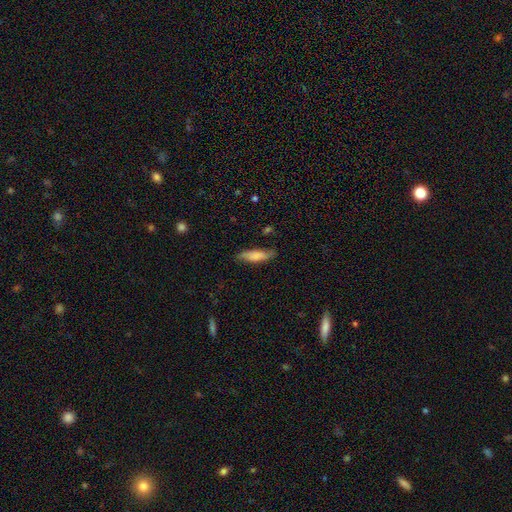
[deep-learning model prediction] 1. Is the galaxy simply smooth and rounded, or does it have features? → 72% smooth, 21% featured or disk, 6% star or artifact.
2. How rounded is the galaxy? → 58% cigar-shaped, 40% in between, 2% round.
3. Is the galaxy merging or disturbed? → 73% none, 21% minor disturbance, 4% major disturbance, 2% merger.